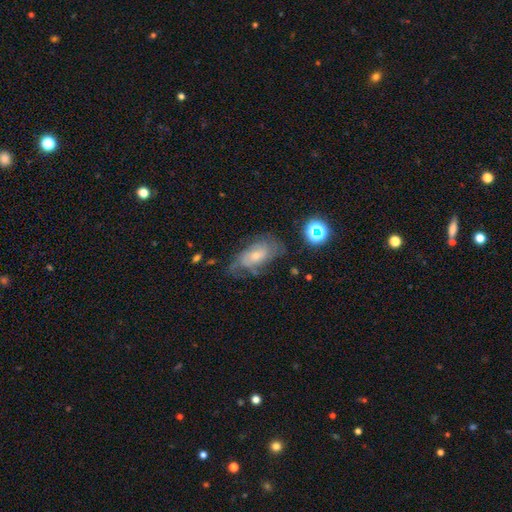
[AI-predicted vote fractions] smooth_or_featured: featured or disk (p=0.65) [alt: smooth p=0.23]
disk_edge_on: no (p=0.94) [alt: yes p=0.06]
bar: no (p=0.68) [alt: weak p=0.26]
has_spiral_arms: yes (p=0.83) [alt: no p=0.17]
spiral_winding: tight (p=0.44) [alt: medium p=0.39]
spiral_arm_count: can't tell (p=0.48) [alt: 2 p=0.23]
bulge_size: small (p=0.55) [alt: moderate p=0.37]
merging: none (p=0.53) [alt: minor disturbance p=0.26]